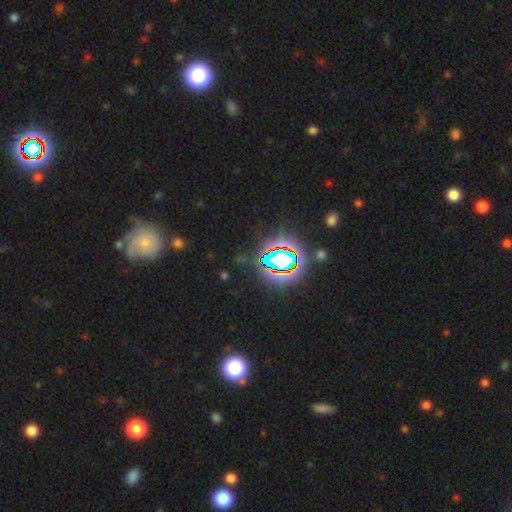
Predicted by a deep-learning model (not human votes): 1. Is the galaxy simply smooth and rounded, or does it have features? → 79% star or artifact, 13% smooth, 9% featured or disk.